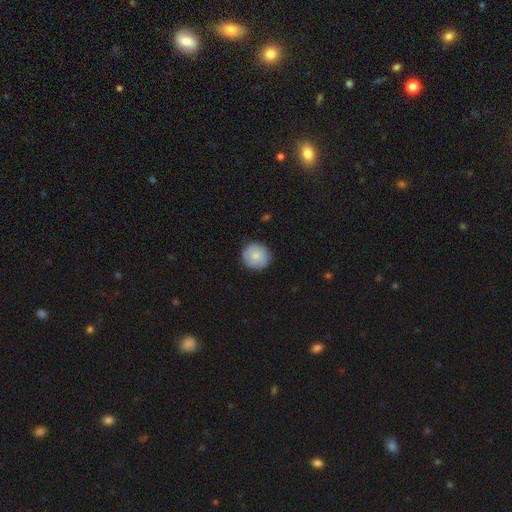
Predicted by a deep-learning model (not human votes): Q: Smooth or featured?
A: smooth (85%); runner-up: featured or disk (8%)
Q: How rounded?
A: round (93%); runner-up: in between (6%)
Q: Merging?
A: none (89%); runner-up: minor disturbance (9%)